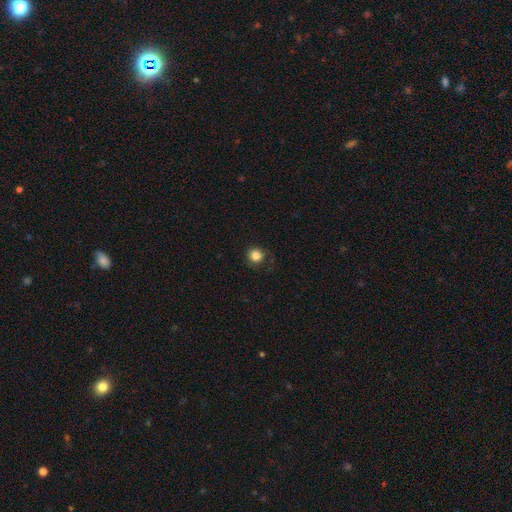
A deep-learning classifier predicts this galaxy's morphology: This is clearly a smooth galaxy (84%). How rounded: clearly round (92%). Merging: clearly none (80%).